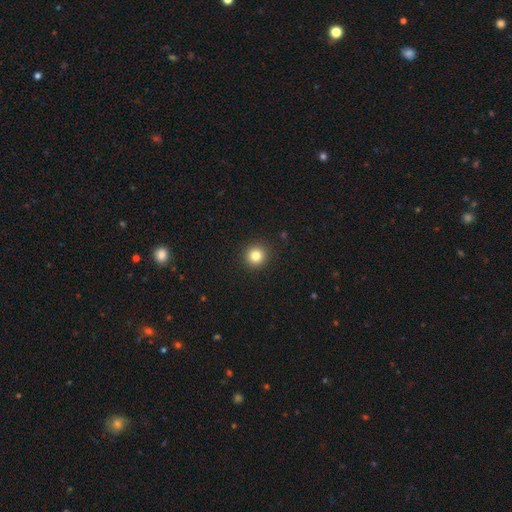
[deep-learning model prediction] Q: Smooth or featured?
A: smooth (83%); runner-up: star or artifact (11%)
Q: How rounded?
A: round (93%); runner-up: in between (6%)
Q: Merging?
A: none (92%); runner-up: minor disturbance (5%)